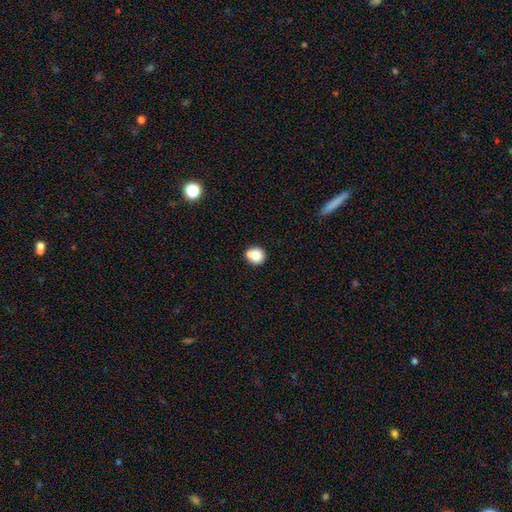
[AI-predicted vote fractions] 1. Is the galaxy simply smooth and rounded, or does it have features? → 80% smooth, 10% featured or disk, 10% star or artifact.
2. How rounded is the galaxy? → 87% round, 12% in between, 1% cigar-shaped.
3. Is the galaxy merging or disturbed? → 59% none, 25% merger, 12% minor disturbance, 4% major disturbance.